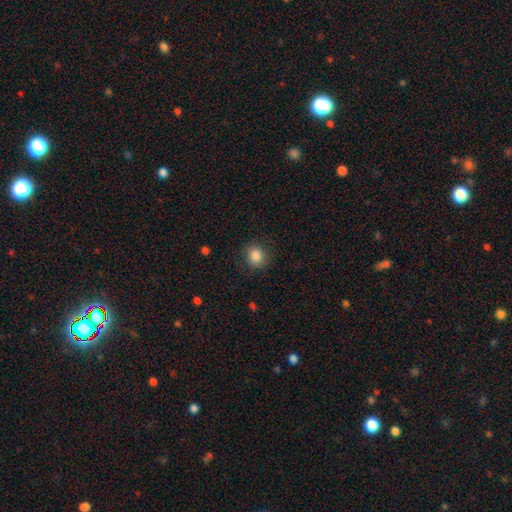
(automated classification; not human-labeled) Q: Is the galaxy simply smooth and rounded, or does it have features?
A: smooth — 86%.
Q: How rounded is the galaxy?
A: round — 83%.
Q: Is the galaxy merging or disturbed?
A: none — 85%.